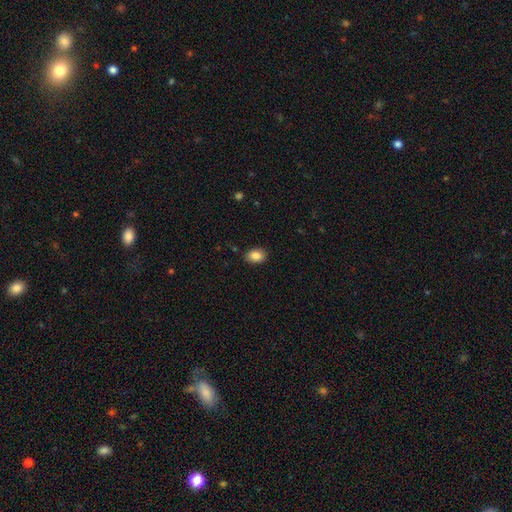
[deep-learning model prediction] Morphology: type=smooth (87%); roundness=in between (76%); merging=none (87%).